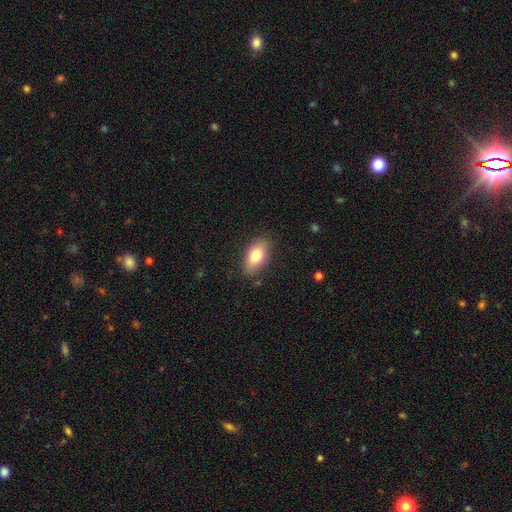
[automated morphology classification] smooth 76%, featured or disk 16%, star or artifact 7%. Down the decision tree: how rounded — in between (88%); merging — none (84%).